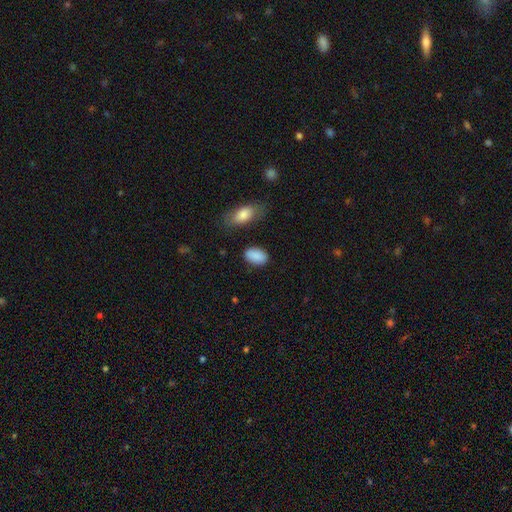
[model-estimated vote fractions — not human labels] The model was most divided on "merging": none: 82%, minor disturbance: 12%, major disturbance: 3%, merger: 3%. More confident: how rounded — in between (91%); smooth or featured — smooth (89%).